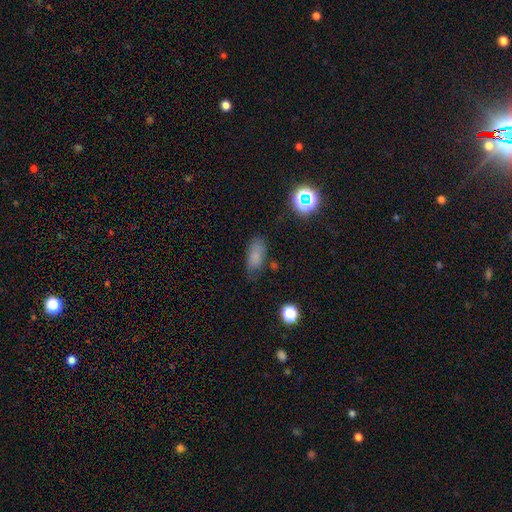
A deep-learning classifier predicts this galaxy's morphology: Smooth or featured: smooth — 76% (star or artifact — 14%)
How rounded: in between — 83% (cigar-shaped — 13%)
Merging: none — 69% (minor disturbance — 22%)